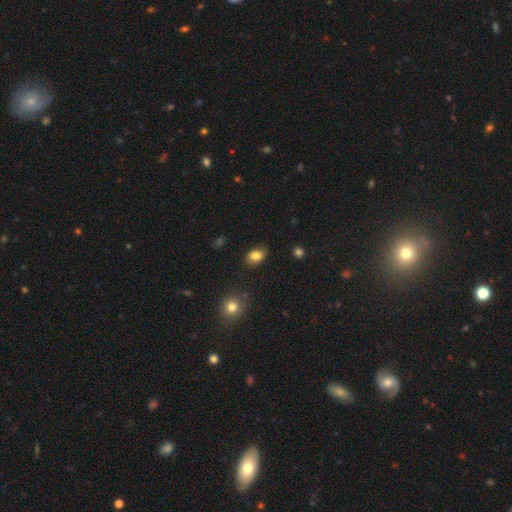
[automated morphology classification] Q: Smooth or featured?
A: smooth (84%); runner-up: star or artifact (9%)
Q: How rounded?
A: in between (84%); runner-up: round (14%)
Q: Merging?
A: none (84%); runner-up: minor disturbance (12%)